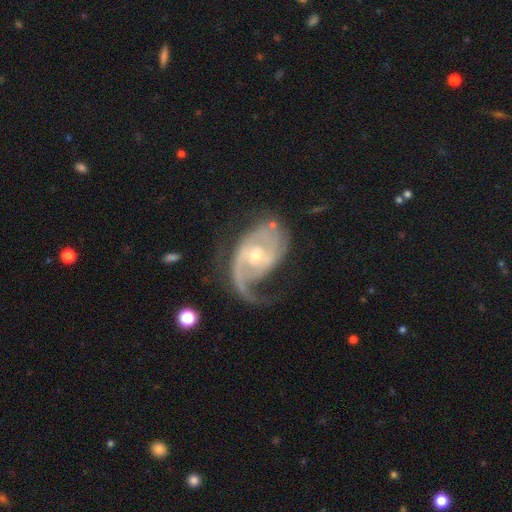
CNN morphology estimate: smooth_or_featured: featured or disk (p=0.89) [alt: smooth p=0.06]
disk_edge_on: no (p=0.97) [alt: yes p=0.03]
bar: no (p=0.55) [alt: weak p=0.35]
has_spiral_arms: yes (p=0.95) [alt: no p=0.05]
spiral_winding: medium (p=0.41) [alt: loose p=0.30]
spiral_arm_count: 2 (p=0.47) [alt: 1 p=0.37]
bulge_size: moderate (p=0.50) [alt: small p=0.46]
merging: none (p=0.42) [alt: major disturbance p=0.31]